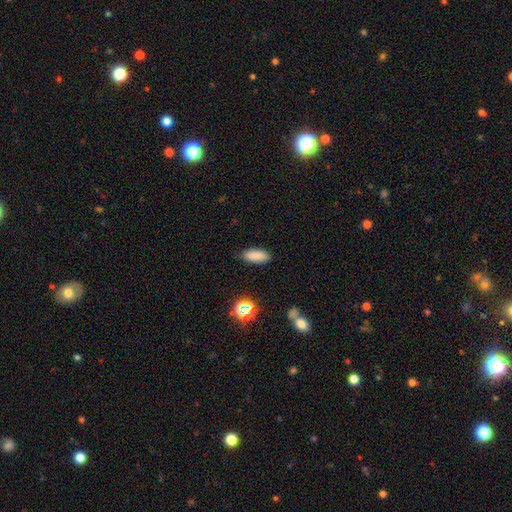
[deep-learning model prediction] This appears to be a smooth galaxy with no disk features (85%) that is in between round and cigar-shaped (78%). Merging: none (84%).